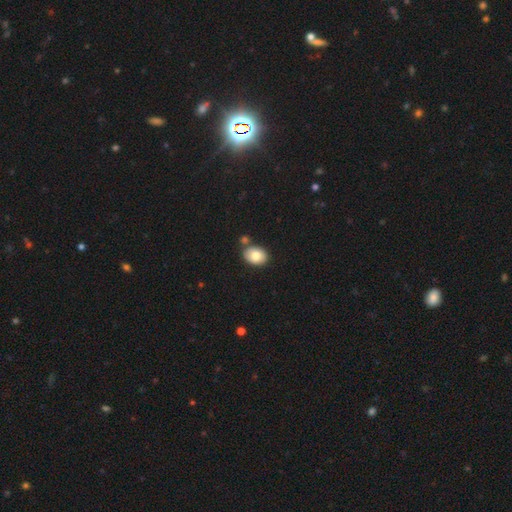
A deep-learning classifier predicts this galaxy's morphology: Smooth or featured? smooth (80%)
How rounded? in between (72%)
Merging? none (70%)